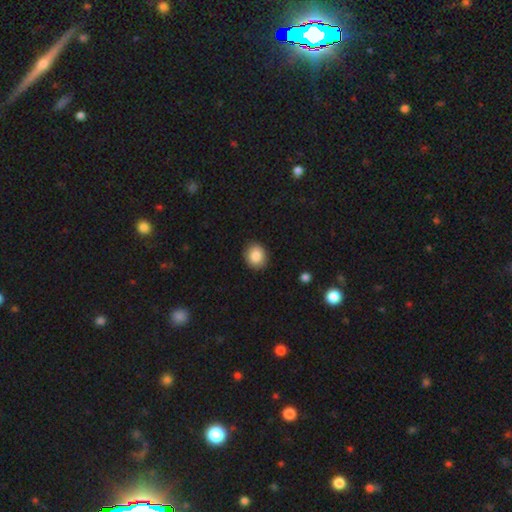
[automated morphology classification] A smooth galaxy with no disk features (86%) that is round (63%).

Vote fractions:
- Smooth or featured? smooth: 86% / star or artifact: 8% / featured or disk: 5%
- How rounded? round: 63% / in between: 36% / cigar-shaped: 1%
- Merging? none: 89% / minor disturbance: 8% / major disturbance: 2% / merger: 1%